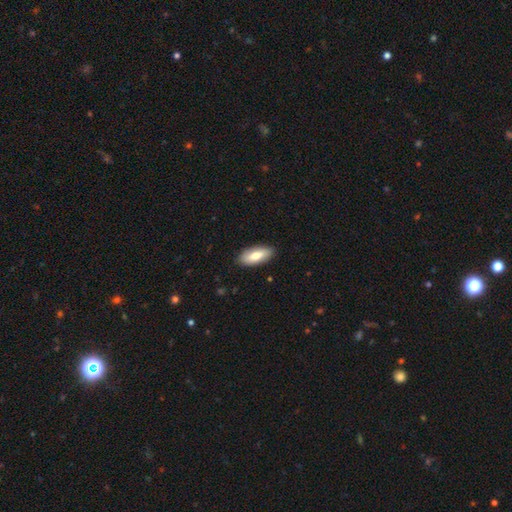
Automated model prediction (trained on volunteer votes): Smooth or featured? smooth (79%)
How rounded? in between (80%)
Merging? none (87%)